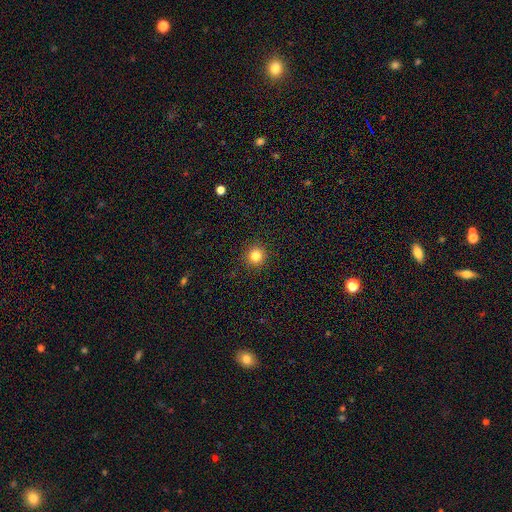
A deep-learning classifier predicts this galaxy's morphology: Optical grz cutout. It shows a smooth galaxy with no disk features (83%) that is round (93%). Merging: none (92%).